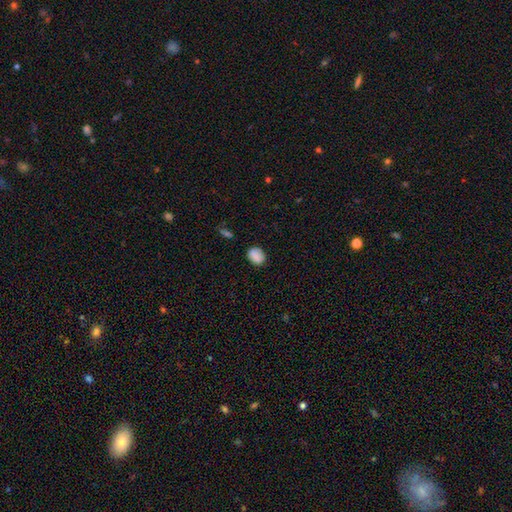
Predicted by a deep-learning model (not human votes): Smooth or featured: smooth — 86% (star or artifact — 9%)
How rounded: in between — 60% (round — 38%)
Merging: none — 82% (minor disturbance — 13%)